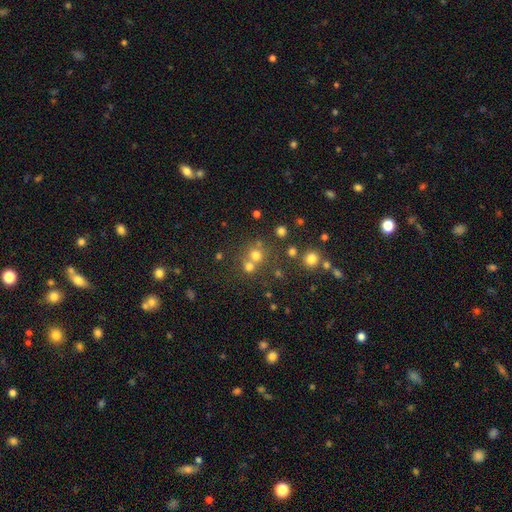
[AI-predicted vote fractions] A smooth galaxy with no disk features (65%) that is round (86%).

Vote fractions:
- Smooth or featured? smooth: 65% / star or artifact: 23% / featured or disk: 12%
- How rounded? round: 86% / in between: 13% / cigar-shaped: 1%
- Merging? none: 54% / merger: 36% / minor disturbance: 7% / major disturbance: 4%